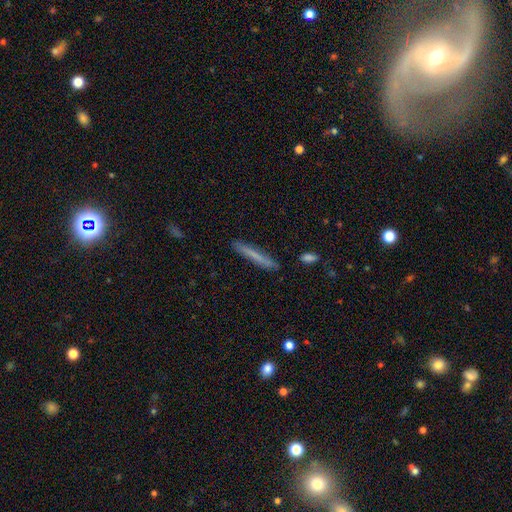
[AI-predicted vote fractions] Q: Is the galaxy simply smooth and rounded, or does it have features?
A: smooth — 67%.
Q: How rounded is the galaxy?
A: cigar-shaped — 95%.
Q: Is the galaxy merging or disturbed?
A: none — 87%.